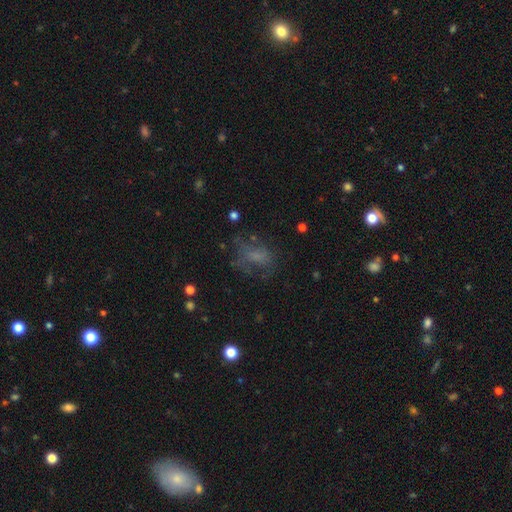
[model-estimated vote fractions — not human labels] This appears to be a smooth galaxy with no disk features (50%) that is in between round and cigar-shaped (71%). Merging: none (49%).